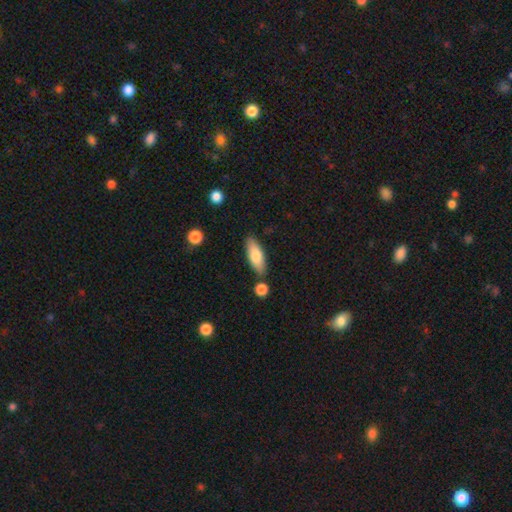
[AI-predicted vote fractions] smooth-or-featured: smooth: 77% | featured or disk: 17% | star or artifact: 6%
  how-rounded: in between: 68% | cigar-shaped: 30% | round: 2%
  merging: none: 80% | minor disturbance: 11% | merger: 6% | major disturbance: 2%